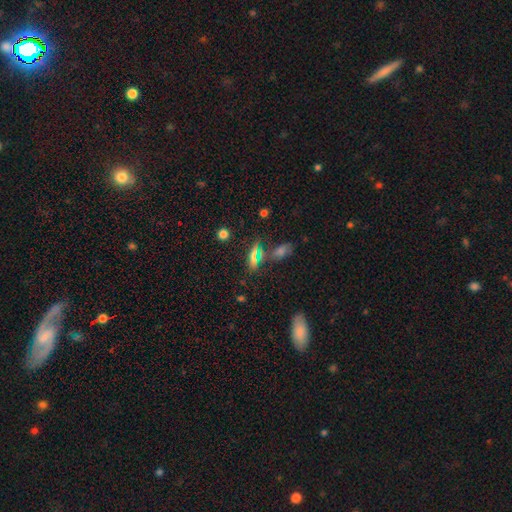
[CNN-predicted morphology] Smooth or featured? smooth (54%)
How rounded? in between (59%)
Merging? none (68%)